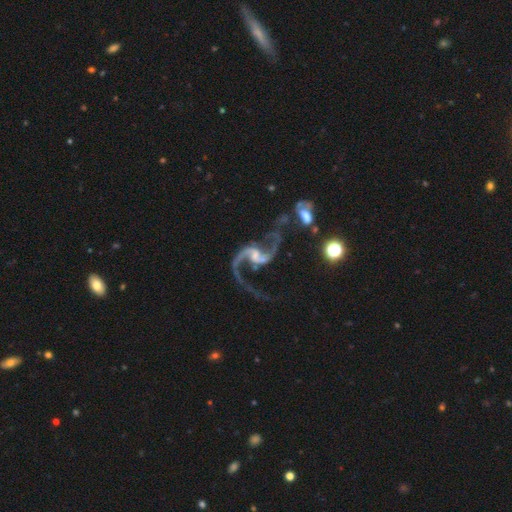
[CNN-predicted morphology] The model was most divided on "bar": weak: 49%, no: 31%, strong: 20%. Remaining: edge-on disk — no (98%); spiral arms — yes (98%); spiral arm count — 2 (93%); smooth or featured — featured or disk (93%); spiral winding — loose (83%); merging — none (49%); bulge size — small (45%).